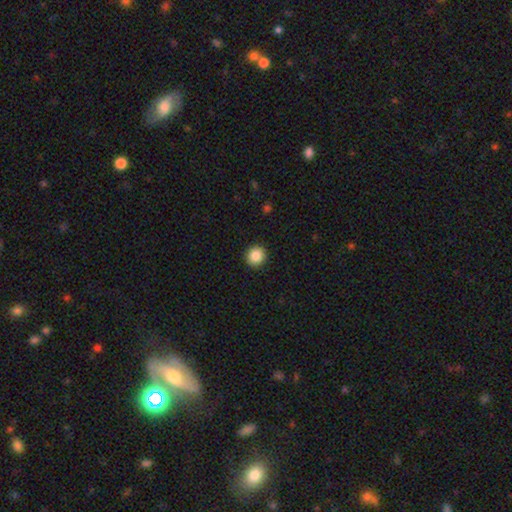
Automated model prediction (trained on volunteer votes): A smooth galaxy with no disk features (86%) that is round (90%). Merging: none (92%).